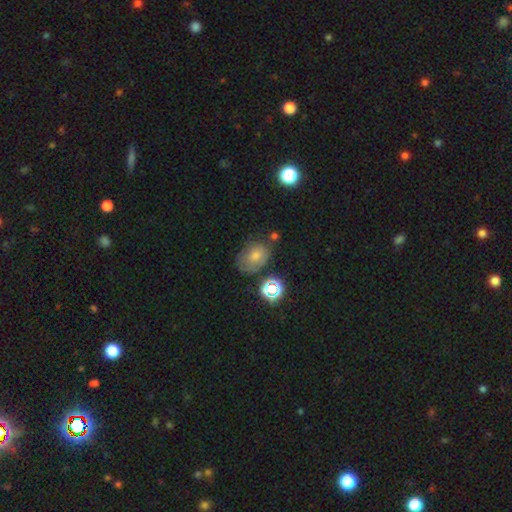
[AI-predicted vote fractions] The model was most divided on "merging": none: 58%, minor disturbance: 25%, major disturbance: 10%, merger: 7%. More confident: how rounded — in between (69%); smooth or featured — smooth (59%).